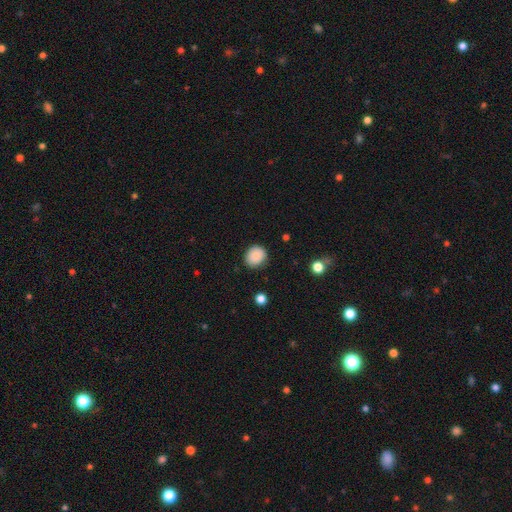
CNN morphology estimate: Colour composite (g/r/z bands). It shows a smooth galaxy with no disk features (88%) that is round (73%). Merging: none (85%).